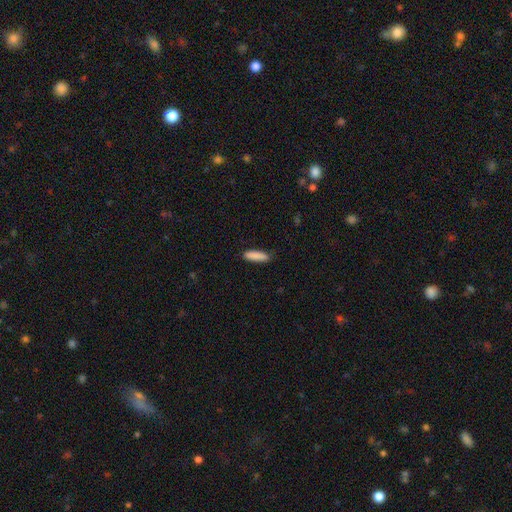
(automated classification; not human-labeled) Smooth or featured?
  - smooth: 88% *
  - star or artifact: 6%
  - featured or disk: 6%
How rounded?
  - cigar-shaped: 64% *
  - in between: 34%
  - round: 1%
Merging?
  - none: 85% *
  - minor disturbance: 12%
  - major disturbance: 2%
  - merger: 1%